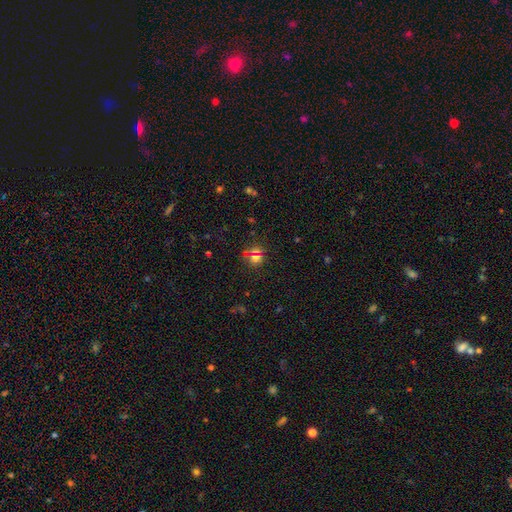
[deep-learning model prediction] The model was most divided on "smooth or featured": smooth: 55%, star or artifact: 36%, featured or disk: 9%. More confident: how rounded — round (89%); merging — none (79%).